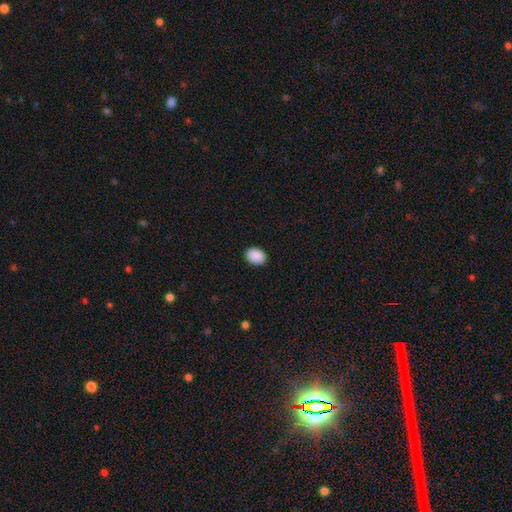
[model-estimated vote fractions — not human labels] The model was most divided on "how rounded": in between: 71%, round: 28%, cigar-shaped: 1%. More confident: smooth or featured — smooth (91%); merging — none (90%).